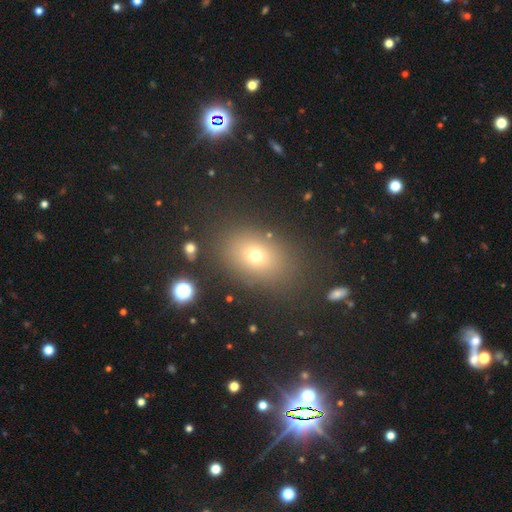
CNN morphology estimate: The model was most divided on "how rounded": in between: 65%, round: 34%, cigar-shaped: 2%. More confident: merging — none (83%); smooth or featured — smooth (67%).